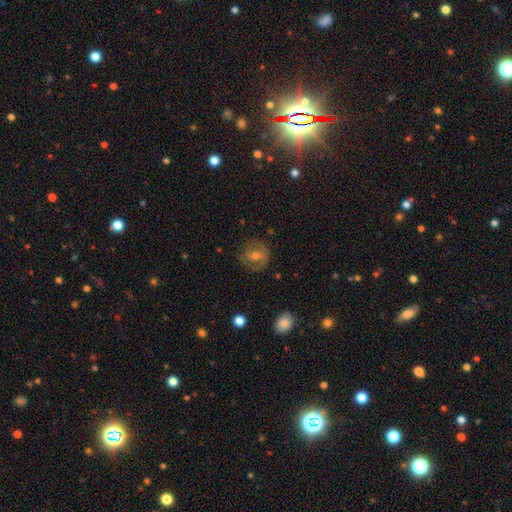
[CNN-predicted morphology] A featured or disk galaxy (55%) with a weak bar (45%), spiral arms (68%) and a moderate central bulge (53%).

Vote fractions:
- Smooth or featured? featured or disk: 55% / smooth: 32% / star or artifact: 13%
- Edge-on disk? no: 96% / yes: 4%
- Bar? weak: 45% / no: 38% / strong: 17%
- Spiral arms? yes: 68% / no: 32%
- Bulge size? moderate: 53% / small: 41% / large: 3% / none: 2% / dominant: 1%
- Merging? none: 78% / minor disturbance: 14% / major disturbance: 6% / merger: 1%